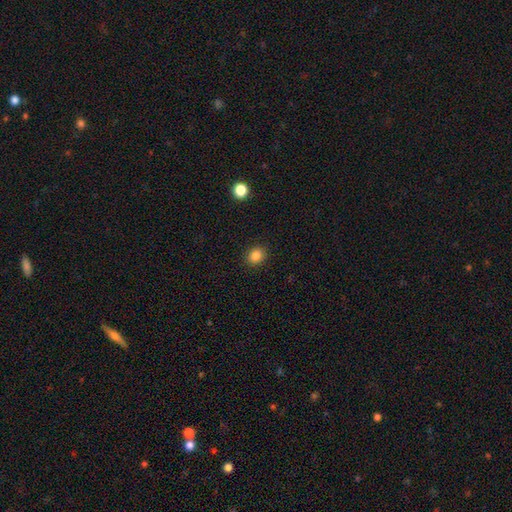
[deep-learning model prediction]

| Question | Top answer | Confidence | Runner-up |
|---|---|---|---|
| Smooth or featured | smooth | 85% | star or artifact (11%) |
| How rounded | round | 63% | in between (36%) |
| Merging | none | 90% | minor disturbance (7%) |